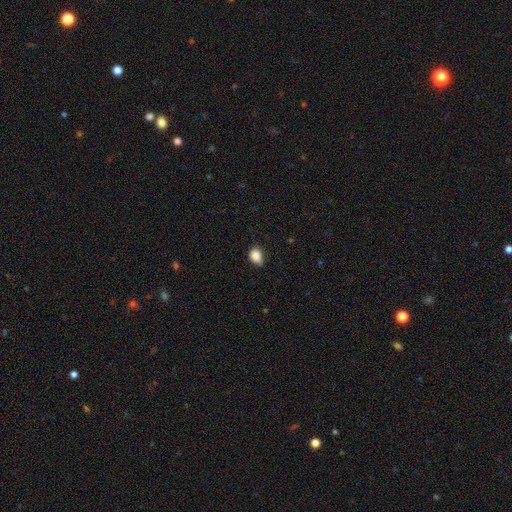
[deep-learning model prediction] Smooth or featured? smooth (88%)
How rounded? in between (57%)
Merging? none (73%)